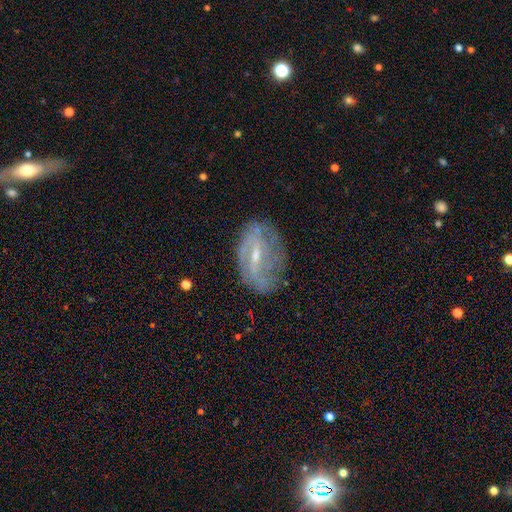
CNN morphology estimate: This appears to be a featured or disk galaxy (75%) with a weak bar (50%), 2 (46%) medium (38%) spiral arms (83%) and a small central bulge (63%). Merging: none (67%).